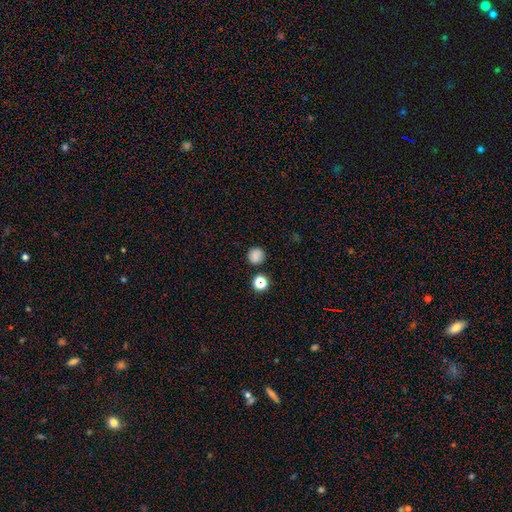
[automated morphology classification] This is clearly a smooth galaxy (84%). How rounded: clearly round (92%). Merging: clearly none (85%).